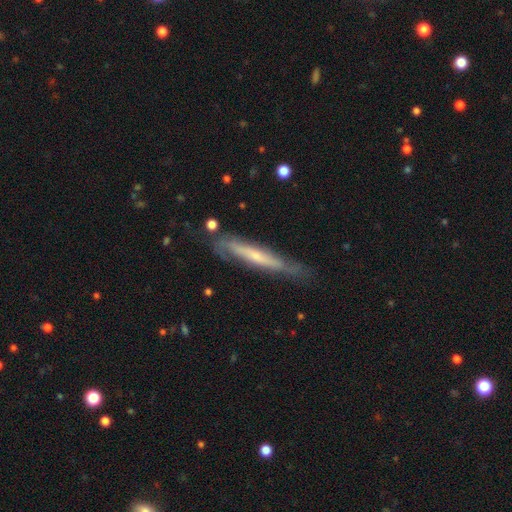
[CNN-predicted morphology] Q: Smooth or featured?
A: featured or disk (60%); runner-up: smooth (34%)
Q: Edge-on disk?
A: yes (77%); runner-up: no (23%)
Q: Merging?
A: none (64%); runner-up: minor disturbance (25%)